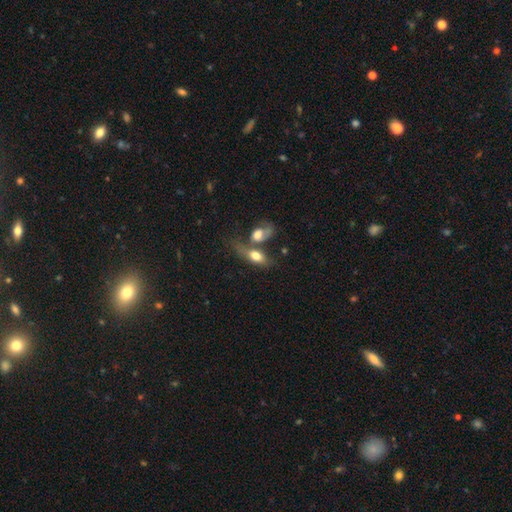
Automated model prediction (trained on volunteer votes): This appears to be a smooth galaxy with no disk features (67%) that is in between round and cigar-shaped (79%). Merging: merger (52%).